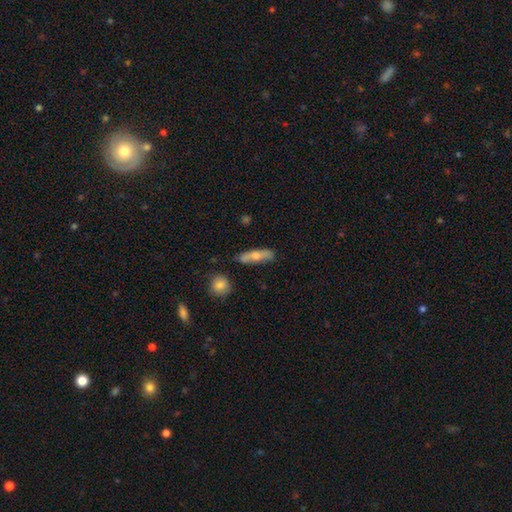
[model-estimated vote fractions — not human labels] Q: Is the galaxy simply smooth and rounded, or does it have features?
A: smooth — 61%.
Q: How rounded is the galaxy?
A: cigar-shaped — 55%.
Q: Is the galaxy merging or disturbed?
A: none — 70%.